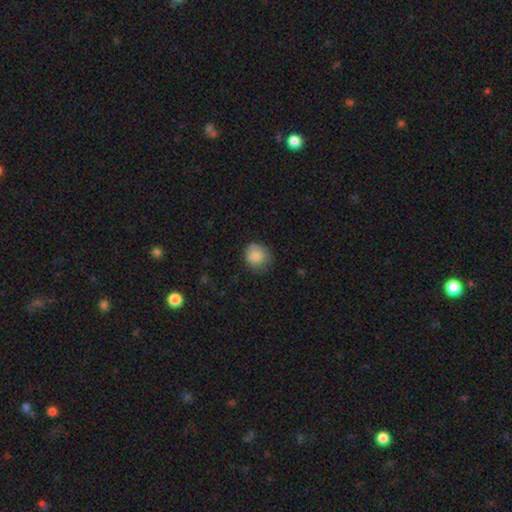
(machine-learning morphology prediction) Overall: smooth (83%). How rounded: round (78%). Merging: none (69%).